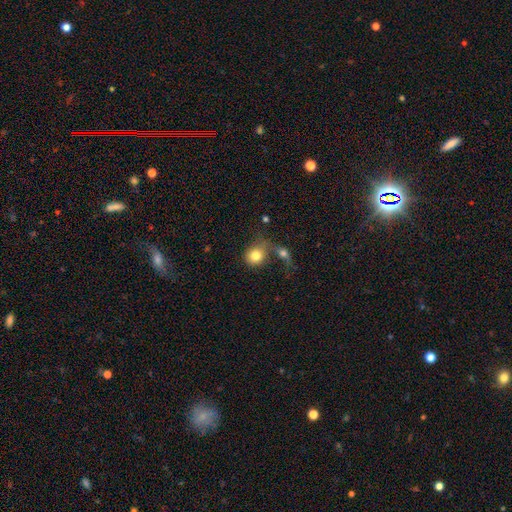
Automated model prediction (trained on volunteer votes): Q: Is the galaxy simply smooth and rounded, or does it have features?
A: smooth — 80%.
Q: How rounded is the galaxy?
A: round — 73%.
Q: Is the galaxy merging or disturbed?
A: merger — 38%.